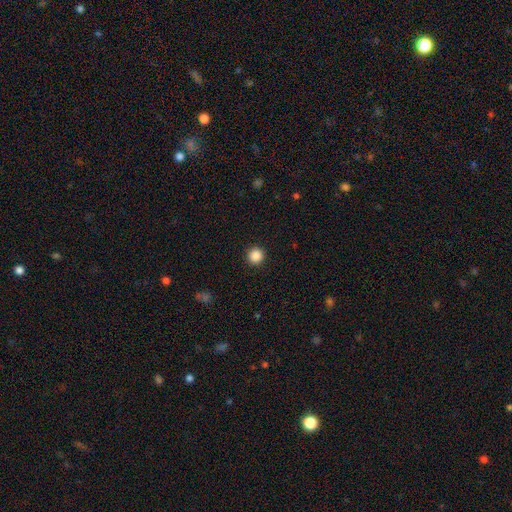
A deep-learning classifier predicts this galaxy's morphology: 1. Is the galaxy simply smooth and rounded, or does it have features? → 87% smooth, 10% star or artifact, 3% featured or disk.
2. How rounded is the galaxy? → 95% round, 4% in between, 1% cigar-shaped.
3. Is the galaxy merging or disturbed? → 92% none, 5% minor disturbance, 2% major disturbance, 1% merger.